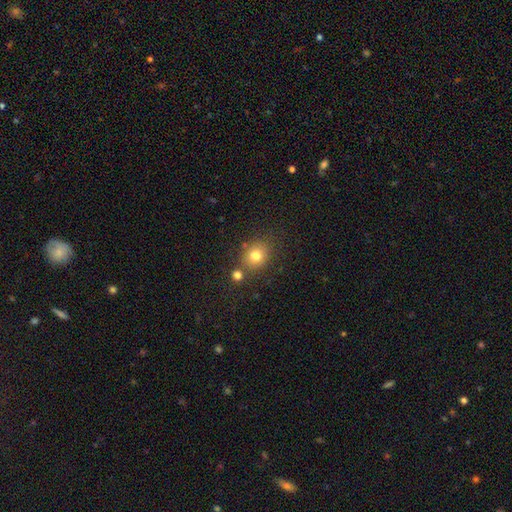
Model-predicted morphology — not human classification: type=smooth (78%); roundness=round (72%); merging=none (72%).